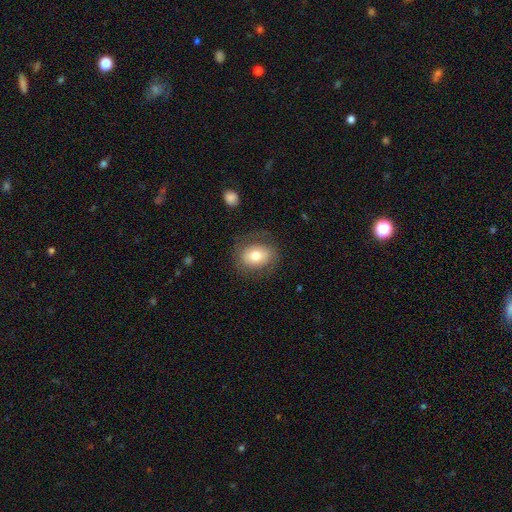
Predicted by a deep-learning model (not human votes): smooth-or-featured: smooth: 72% | featured or disk: 20% | star or artifact: 8%
  how-rounded: in between: 53% | round: 46% | cigar-shaped: 1%
  merging: none: 76% | minor disturbance: 15% | major disturbance: 7% | merger: 1%